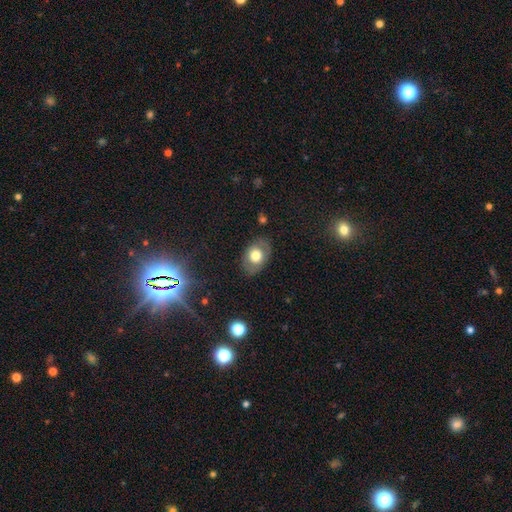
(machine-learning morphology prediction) The model was most divided on "smooth or featured": smooth: 66%, featured or disk: 27%, star or artifact: 8%. More confident: merging — none (81%); how rounded — in between (78%).